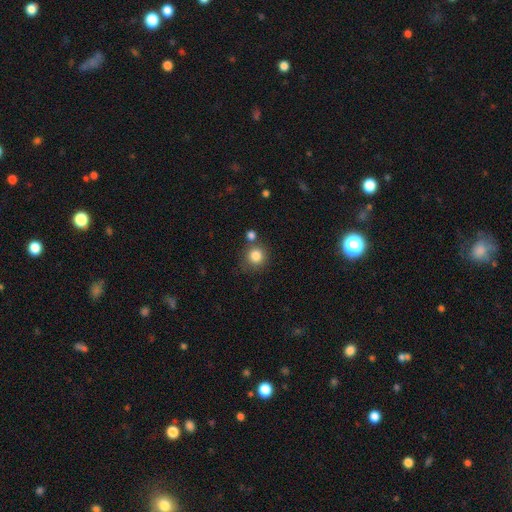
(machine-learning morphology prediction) Smooth or featured?
  - smooth: 84% *
  - star or artifact: 11%
  - featured or disk: 6%
How rounded?
  - round: 91% *
  - in between: 8%
  - cigar-shaped: 1%
Merging?
  - none: 70% *
  - merger: 14%
  - minor disturbance: 12%
  - major disturbance: 4%